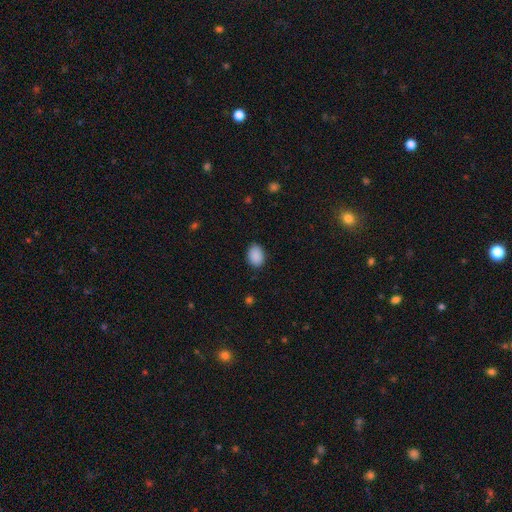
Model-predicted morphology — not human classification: Smooth or featured: smooth — 90% (star or artifact — 8%)
How rounded: in between — 75% (round — 24%)
Merging: none — 87% (minor disturbance — 10%)